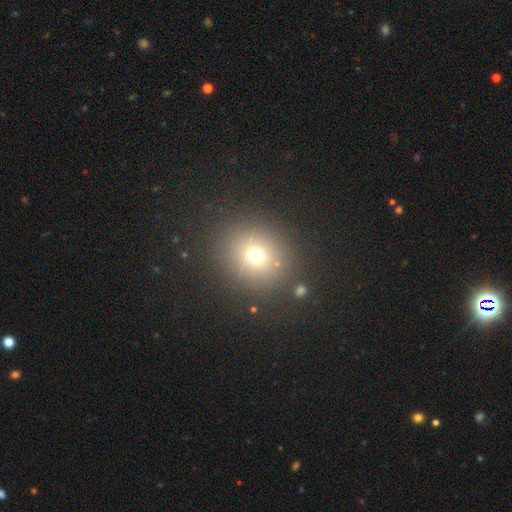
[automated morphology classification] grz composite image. It shows a smooth galaxy with no disk features (70%) that is round (83%). Merging: none (85%).